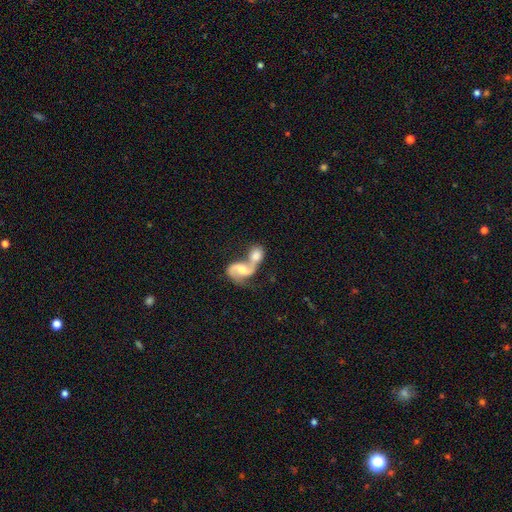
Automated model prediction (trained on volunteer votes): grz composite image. It shows a featured or disk galaxy (61%) with no bar (47%), spiral arms (85%) and a moderate central bulge (56%). Merging: merger (76%).